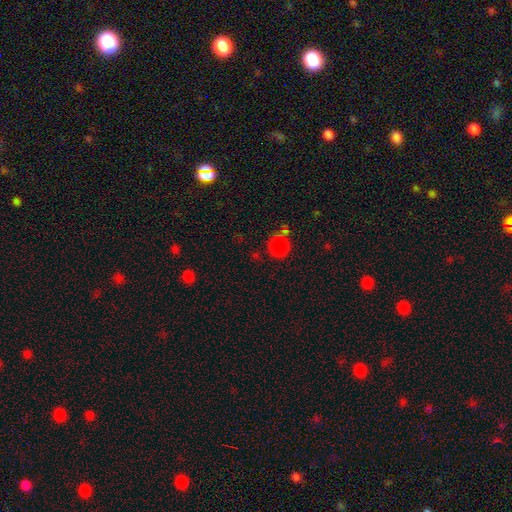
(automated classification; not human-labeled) smooth_or_featured: smooth (p=0.80) [alt: star or artifact p=0.16]
how_rounded: round (p=0.87) [alt: in between p=0.11]
merging: none (p=0.73) [alt: minor disturbance p=0.12]